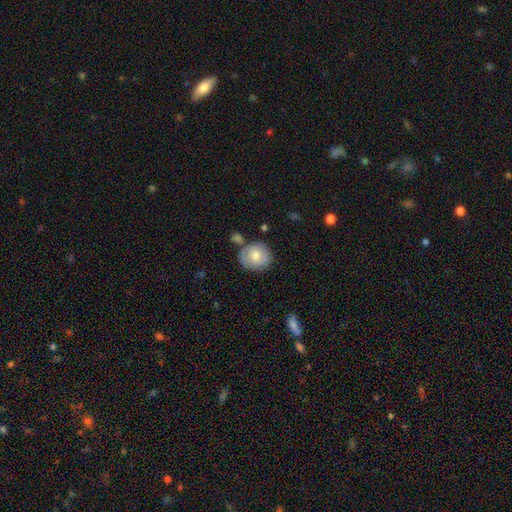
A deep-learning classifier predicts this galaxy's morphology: smooth 73%, featured or disk 20%, star or artifact 7%. Down the decision tree: how rounded — round (75%); merging — none (66%).